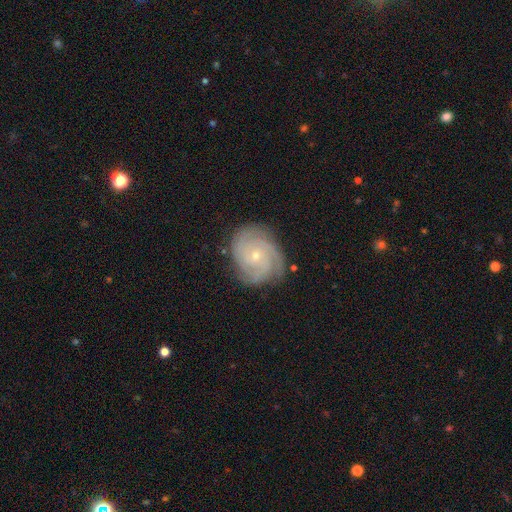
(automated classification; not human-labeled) Smooth or featured?
  - featured or disk: 86% *
  - smooth: 8%
  - star or artifact: 6%
Edge-on disk?
  - no: 98% *
  - yes: 2%
Bar?
  - no: 76% *
  - weak: 21%
  - strong: 3%
Spiral arms?
  - yes: 98% *
  - no: 2%
Spiral winding?
  - tight: 72% *
  - medium: 25%
  - loose: 4%
Spiral arm count?
  - 3: 40% *
  - 4: 25%
  - can't tell: 14%
  - 2: 10%
  - more than 4: 6%
  - 1: 5%
Bulge size?
  - small: 73% *
  - moderate: 24%
  - none: 1%
  - large: 1%
  - dominant: 1%
Merging?
  - none: 79% *
  - minor disturbance: 16%
  - major disturbance: 4%
  - merger: 1%